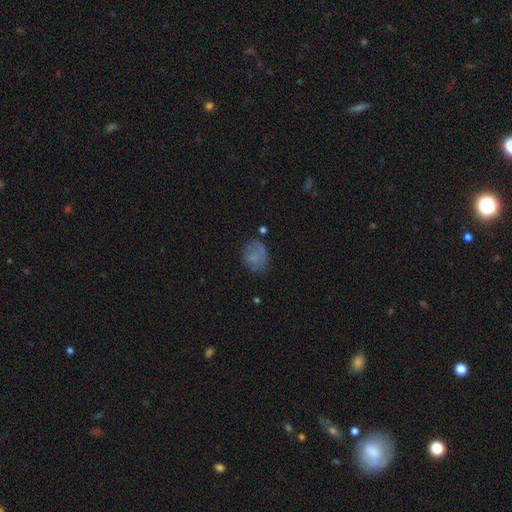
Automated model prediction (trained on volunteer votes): smooth-or-featured: smooth: 66% | featured or disk: 21% | star or artifact: 12%
  how-rounded: in between: 53% | round: 46% | cigar-shaped: 1%
  merging: none: 57% | minor disturbance: 27% | major disturbance: 13% | merger: 3%